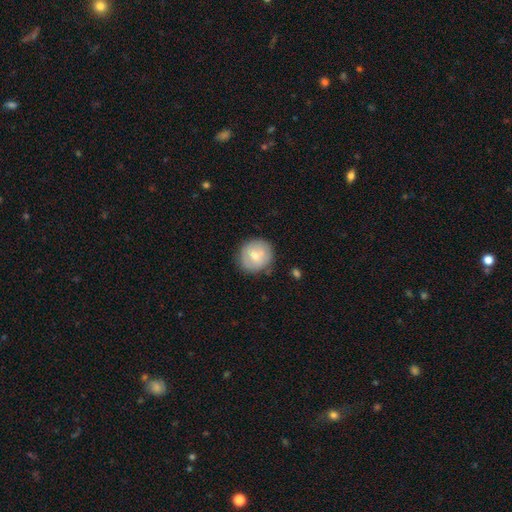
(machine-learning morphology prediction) Smooth or featured? Predicted: smooth (p=0.66). How rounded? Predicted: round (p=0.92). Merging? Predicted: none (p=0.82).